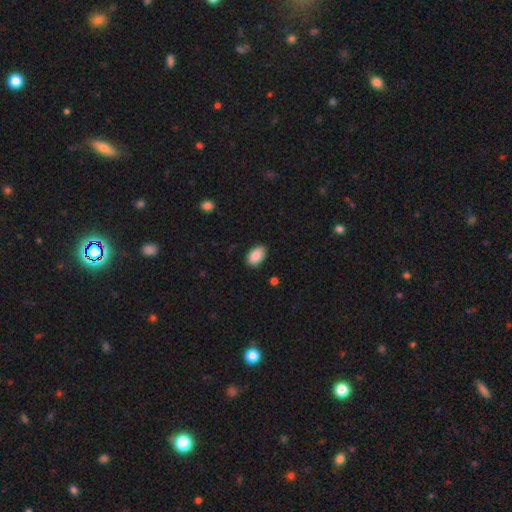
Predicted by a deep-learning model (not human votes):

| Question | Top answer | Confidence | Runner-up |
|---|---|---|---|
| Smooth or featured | smooth | 89% | star or artifact (7%) |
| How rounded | in between | 91% | round (7%) |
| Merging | none | 84% | minor disturbance (12%) |